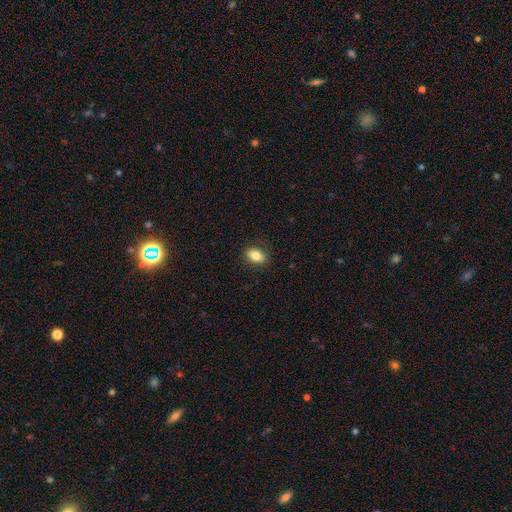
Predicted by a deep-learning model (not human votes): smooth-or-featured: smooth: 83% | featured or disk: 10% | star or artifact: 8%
  how-rounded: in between: 86% | round: 12% | cigar-shaped: 2%
  merging: none: 86% | minor disturbance: 11% | major disturbance: 3% | merger: 1%